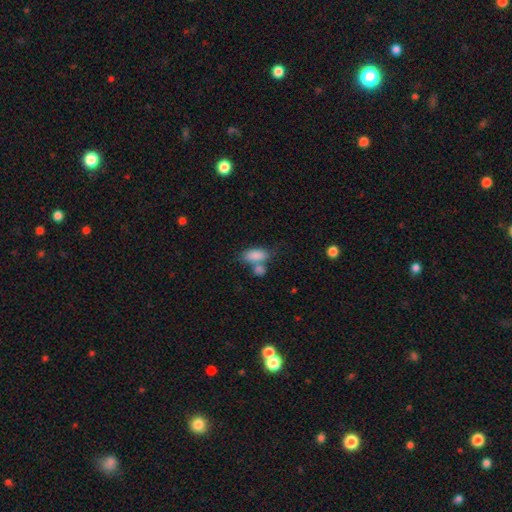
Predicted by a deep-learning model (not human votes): Smooth or featured?
  - smooth: 84% *
  - featured or disk: 8%
  - star or artifact: 8%
How rounded?
  - in between: 88% *
  - cigar-shaped: 8%
  - round: 5%
Merging?
  - merger: 42% *
  - none: 39%
  - minor disturbance: 13%
  - major disturbance: 6%